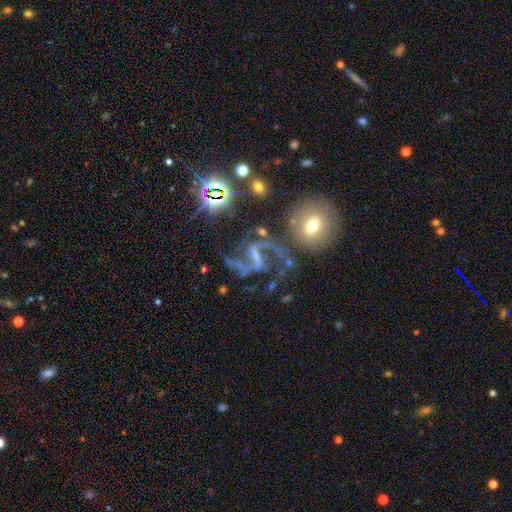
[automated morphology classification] This appears to be a featured or disk galaxy (78%) with a strong bar (57%), 2 (89%) loose (60%) spiral arms (91%) and no central bulge (45%). Merging: none (52%).